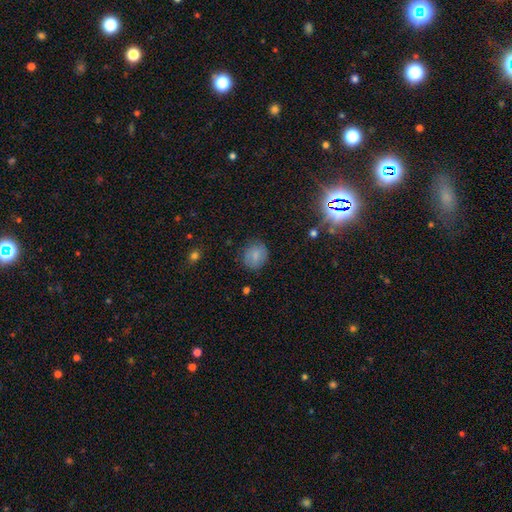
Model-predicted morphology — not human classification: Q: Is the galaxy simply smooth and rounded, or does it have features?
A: smooth — 81%.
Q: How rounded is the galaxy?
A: round — 76%.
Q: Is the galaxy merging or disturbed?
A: none — 82%.